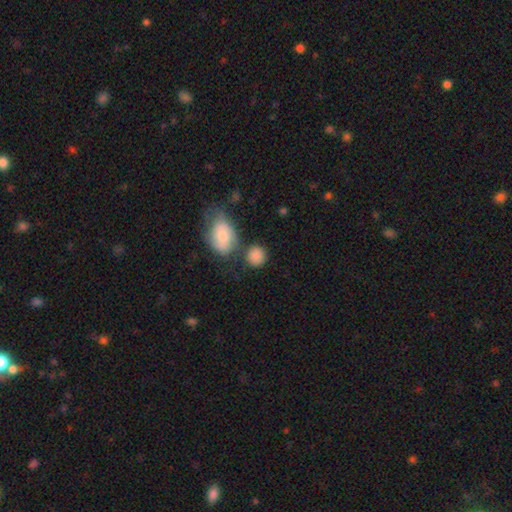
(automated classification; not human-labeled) A smooth galaxy with no disk features (84%) that is round (80%).

Vote fractions:
- Smooth or featured? smooth: 84% / featured or disk: 9% / star or artifact: 8%
- How rounded? round: 80% / in between: 19% / cigar-shaped: 1%
- Merging? none: 64% / merger: 16% / minor disturbance: 15% / major disturbance: 6%